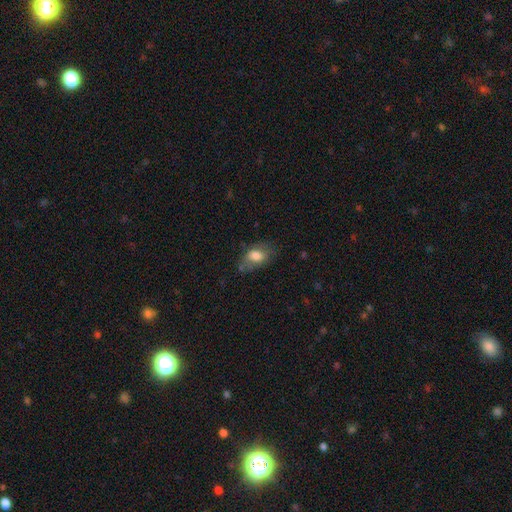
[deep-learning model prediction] The model was most divided on "merging": none: 51%, minor disturbance: 30%, major disturbance: 15%, merger: 3%. More confident: how rounded — in between (86%); smooth or featured — smooth (72%).